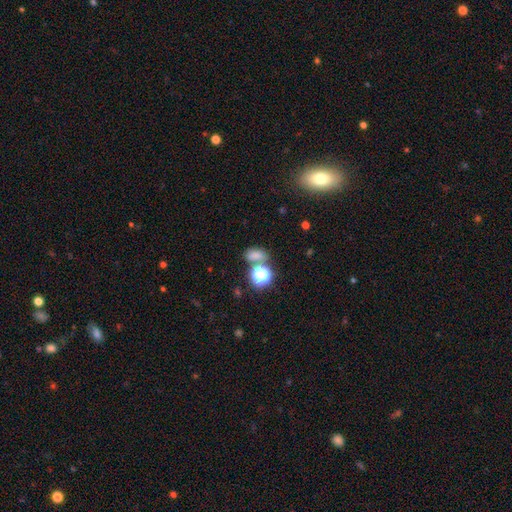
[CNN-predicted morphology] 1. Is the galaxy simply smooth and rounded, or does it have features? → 68% smooth, 25% star or artifact, 7% featured or disk.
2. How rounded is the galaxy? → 67% in between, 29% round, 3% cigar-shaped.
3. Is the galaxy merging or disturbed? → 57% none, 25% merger, 12% minor disturbance, 6% major disturbance.